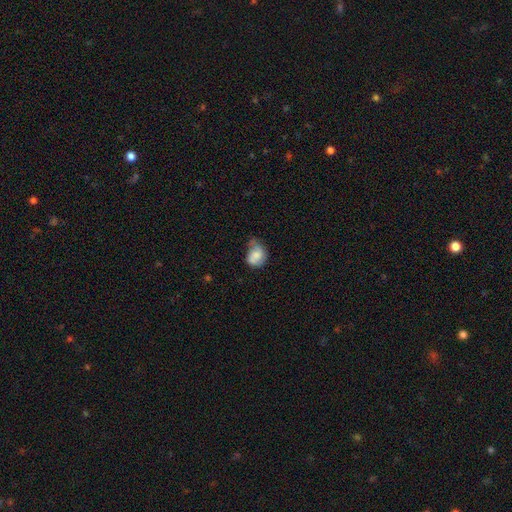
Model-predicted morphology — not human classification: Smooth or featured? Predicted: smooth (p=0.65). How rounded? Predicted: in between (p=0.52). Merging? Predicted: minor disturbance (p=0.42).